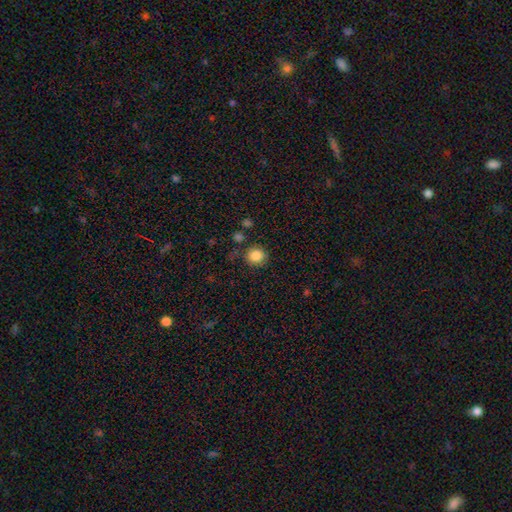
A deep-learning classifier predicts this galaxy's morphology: type=smooth (85%); roundness=round (87%); merging=none (82%).